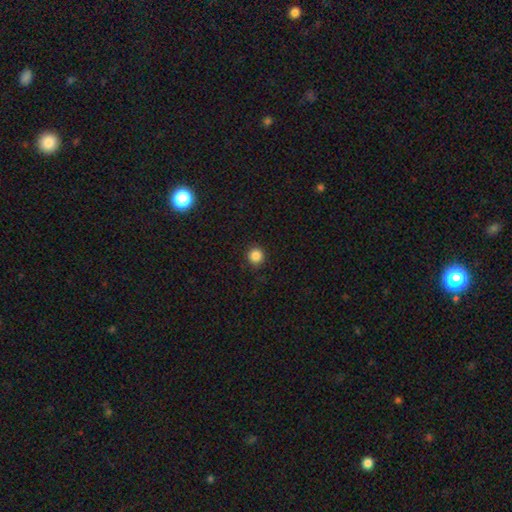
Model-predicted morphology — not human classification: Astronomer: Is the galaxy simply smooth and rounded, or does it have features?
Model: smooth — 86%.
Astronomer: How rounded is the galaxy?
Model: round — 94%.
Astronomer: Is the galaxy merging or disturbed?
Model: none — 90%.